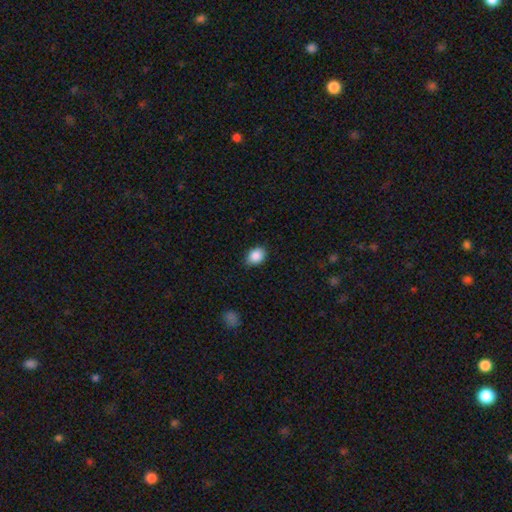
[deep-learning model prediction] This is clearly a smooth galaxy (88%). How rounded: likely in between (68%). Merging: clearly none (83%).